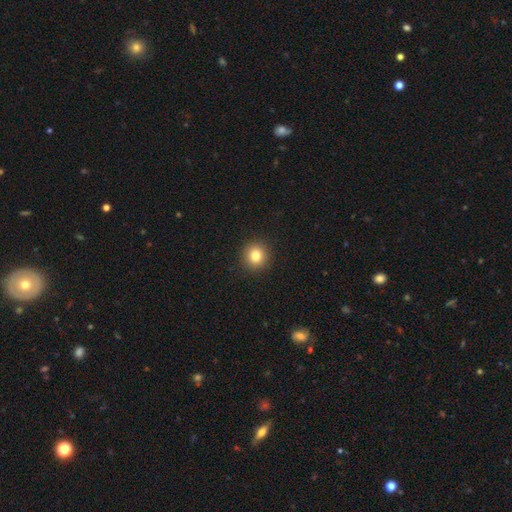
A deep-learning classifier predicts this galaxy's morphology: This appears to be a smooth galaxy with no disk features (81%) that is round (92%). Merging: none (92%).